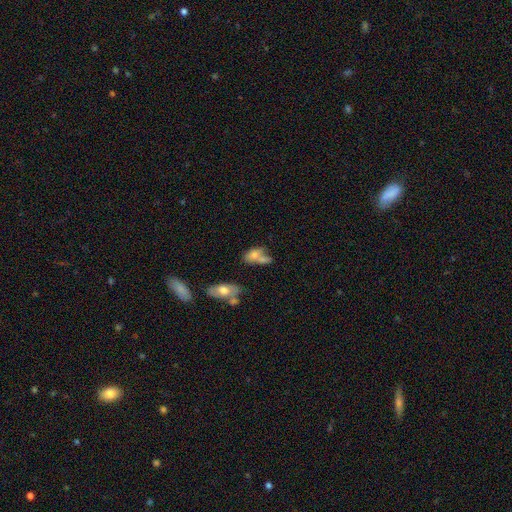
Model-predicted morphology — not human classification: A smooth galaxy with no disk features (67%) that is in between round and cigar-shaped (82%).

Vote fractions:
- Smooth or featured? smooth: 67% / featured or disk: 23% / star or artifact: 10%
- How rounded? in between: 82% / round: 11% / cigar-shaped: 6%
- Merging? merger: 42% / none: 29% / minor disturbance: 16% / major disturbance: 13%